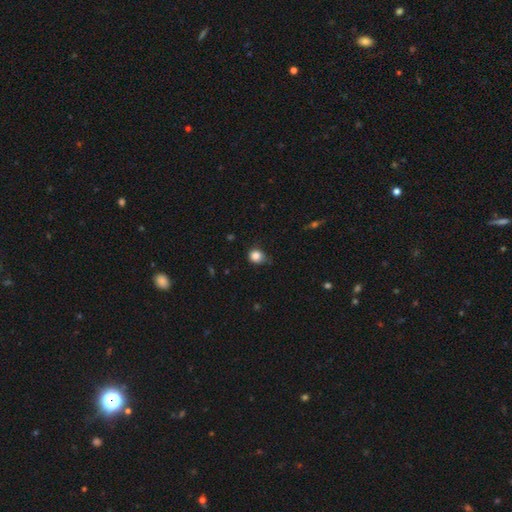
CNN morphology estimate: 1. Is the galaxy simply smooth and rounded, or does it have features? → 84% smooth, 11% star or artifact, 6% featured or disk.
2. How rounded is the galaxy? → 74% round, 26% in between, 1% cigar-shaped.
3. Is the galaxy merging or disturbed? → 59% none, 32% minor disturbance, 7% major disturbance, 2% merger.